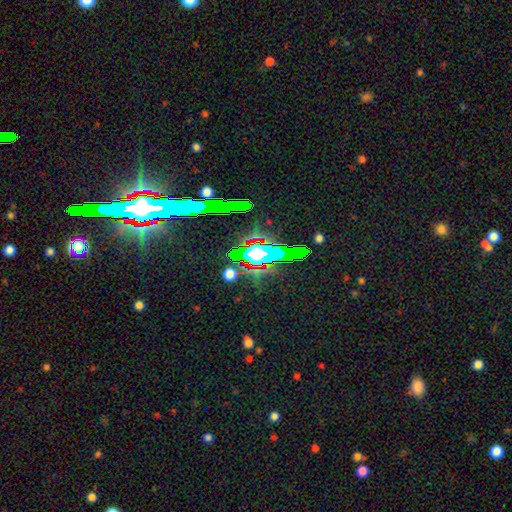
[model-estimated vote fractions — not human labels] Smooth or featured: star or artifact — 59% (smooth — 25%)